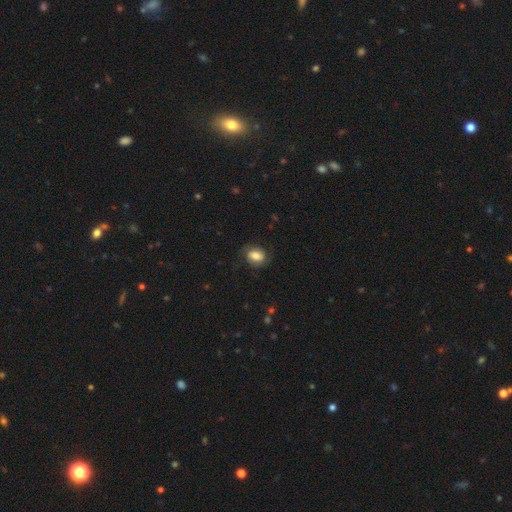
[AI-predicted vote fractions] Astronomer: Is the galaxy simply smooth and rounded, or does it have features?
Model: smooth — 63%.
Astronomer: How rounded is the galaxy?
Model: in between — 61% (runner-up: round, 38%).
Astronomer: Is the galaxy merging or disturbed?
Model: none — 73%.